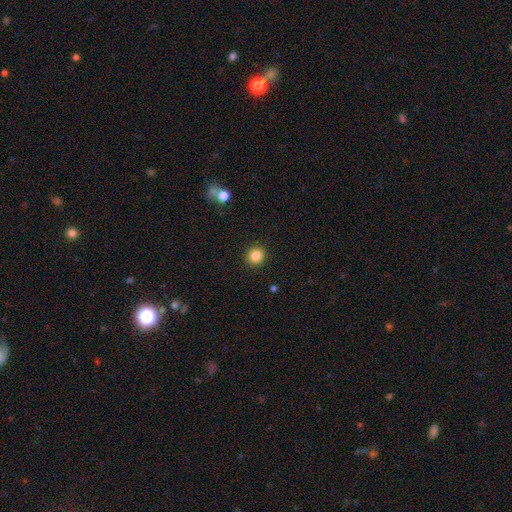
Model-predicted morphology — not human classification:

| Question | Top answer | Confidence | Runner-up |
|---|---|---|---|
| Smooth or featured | smooth | 85% | star or artifact (11%) |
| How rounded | round | 89% | in between (10%) |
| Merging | none | 92% | minor disturbance (5%) |